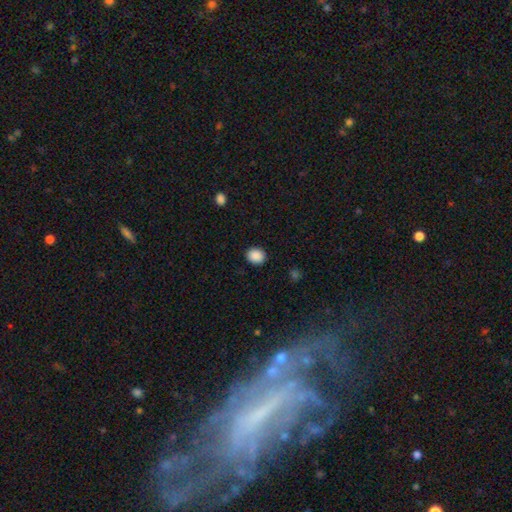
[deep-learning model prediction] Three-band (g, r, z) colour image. It shows a smooth galaxy with no disk features (89%) that is round (71%). Merging: none (91%).